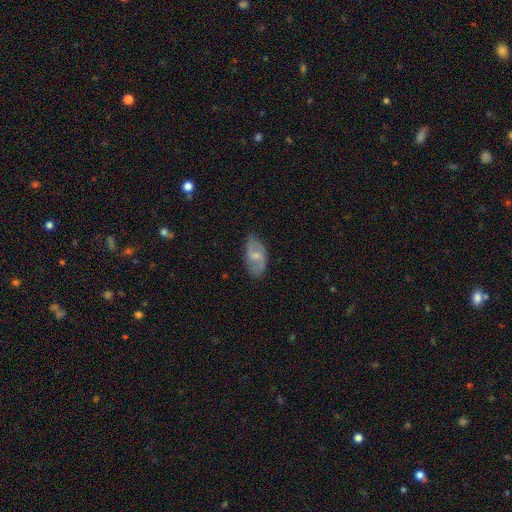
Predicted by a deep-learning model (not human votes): smooth_or_featured: featured or disk (p=0.54) [alt: smooth p=0.40]
disk_edge_on: no (p=0.95) [alt: yes p=0.05]
bar: weak (p=0.54) [alt: no p=0.31]
has_spiral_arms: yes (p=0.77) [alt: no p=0.23]
bulge_size: small (p=0.48) [alt: moderate p=0.40]
merging: none (p=0.75) [alt: minor disturbance p=0.19]